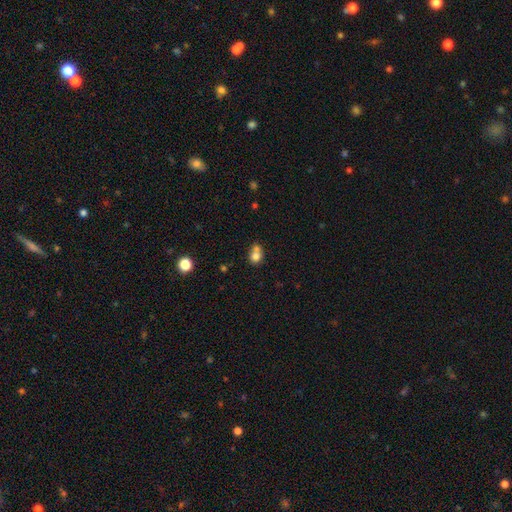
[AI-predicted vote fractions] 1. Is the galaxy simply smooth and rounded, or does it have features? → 76% smooth, 13% featured or disk, 11% star or artifact.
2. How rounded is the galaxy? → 70% round, 29% in between, 1% cigar-shaped.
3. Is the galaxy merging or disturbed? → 52% merger, 34% none, 10% minor disturbance, 4% major disturbance.